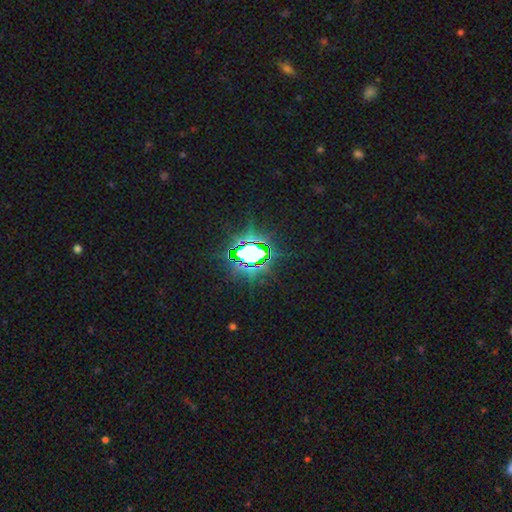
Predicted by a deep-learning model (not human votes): Q: Smooth or featured?
A: star or artifact (77%); runner-up: smooth (13%)